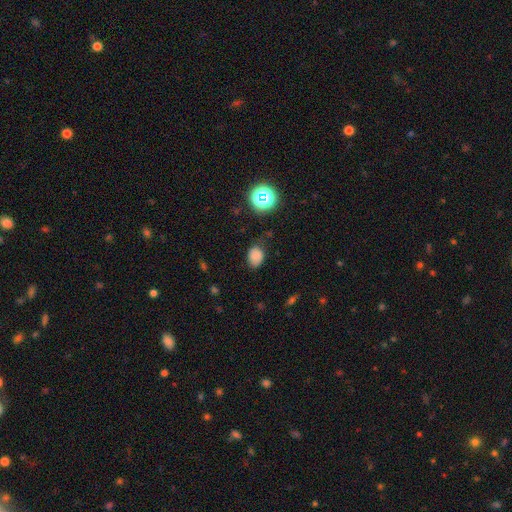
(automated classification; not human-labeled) smooth_or_featured: smooth (p=0.78) [alt: star or artifact p=0.16]
how_rounded: in between (p=0.65) [alt: round p=0.34]
merging: none (p=0.69) [alt: minor disturbance p=0.23]